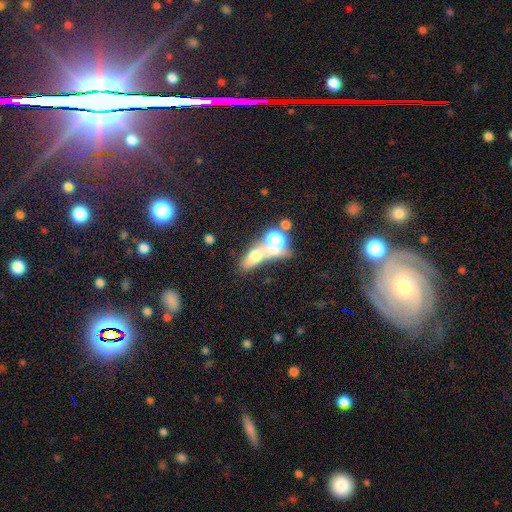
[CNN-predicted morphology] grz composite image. It shows a smooth galaxy with no disk features (54%) that is in between round and cigar-shaped (59%). Merging: merger (52%).